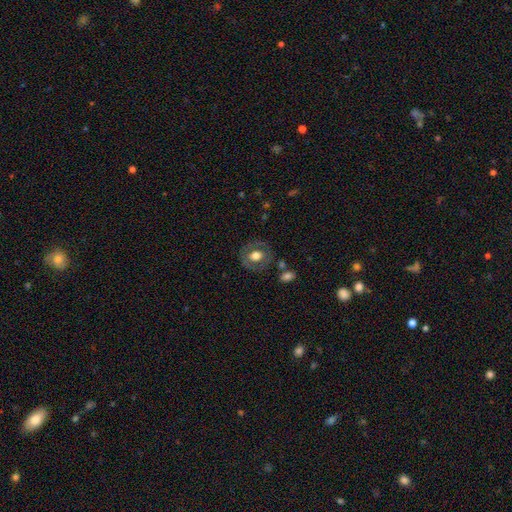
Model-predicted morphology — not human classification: type=smooth (52%); roundness=round (69%); merging=none (76%).